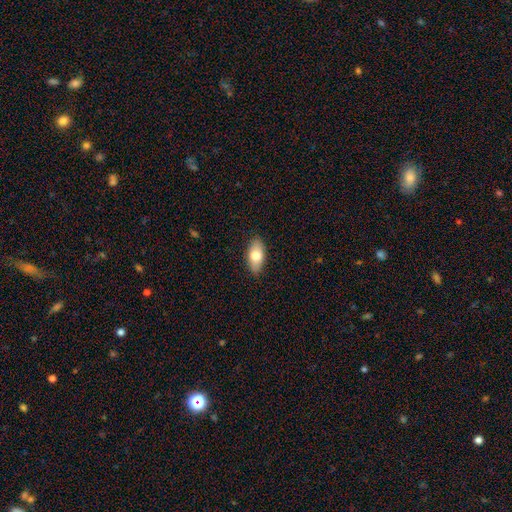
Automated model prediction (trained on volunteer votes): A smooth galaxy with no disk features (75%) that is in between round and cigar-shaped (90%).

Vote fractions:
- Smooth or featured? smooth: 75% / featured or disk: 18% / star or artifact: 6%
- How rounded? in between: 90% / cigar-shaped: 7% / round: 3%
- Merging? none: 86% / minor disturbance: 11% / major disturbance: 2% / merger: 1%